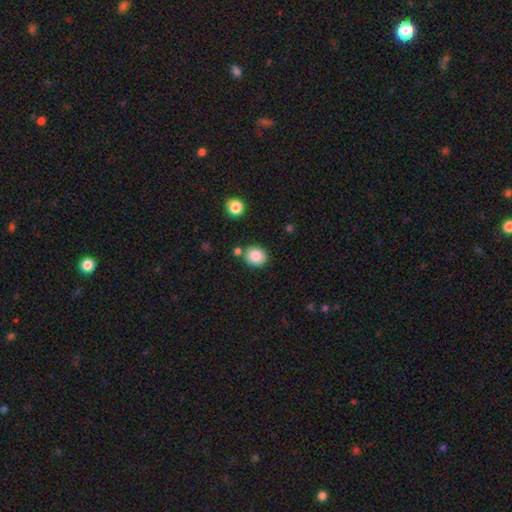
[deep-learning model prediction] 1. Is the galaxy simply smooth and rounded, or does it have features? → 86% smooth, 9% star or artifact, 5% featured or disk.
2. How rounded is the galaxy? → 72% round, 27% in between, 1% cigar-shaped.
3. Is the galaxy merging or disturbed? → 78% none, 10% minor disturbance, 9% merger, 3% major disturbance.